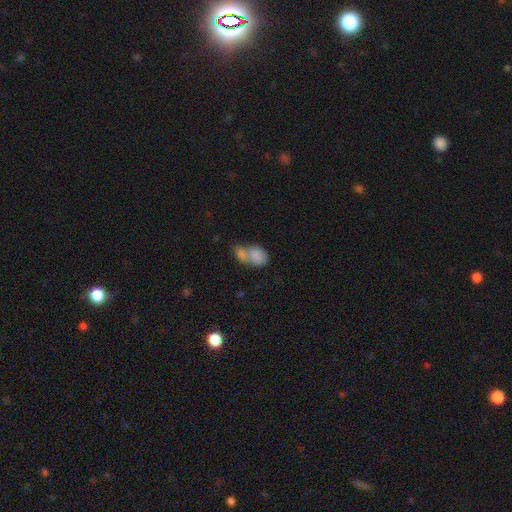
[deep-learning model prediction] The model was most divided on "how rounded": in between: 73%, round: 25%, cigar-shaped: 2%. More confident: smooth or featured — smooth (82%); merging — merger (70%).